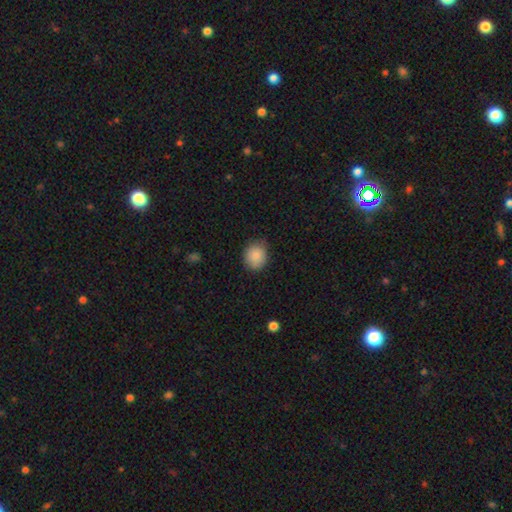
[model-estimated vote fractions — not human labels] smooth_or_featured: smooth (p=0.89) [alt: star or artifact p=0.08]
how_rounded: round (p=0.69) [alt: in between p=0.30]
merging: none (p=0.80) [alt: minor disturbance p=0.16]